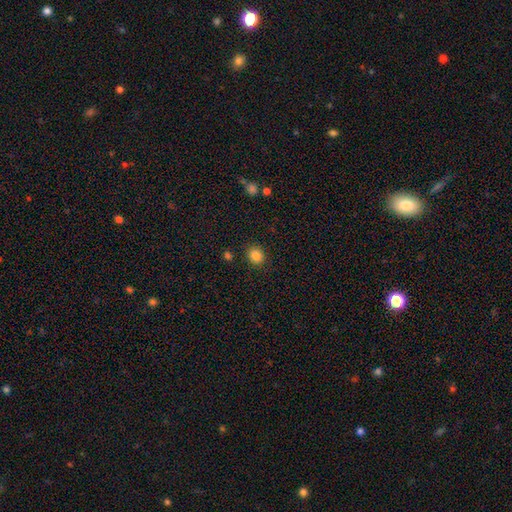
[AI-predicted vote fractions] This appears to be a smooth galaxy with no disk features (84%) that is round (73%). Merging: none (89%).